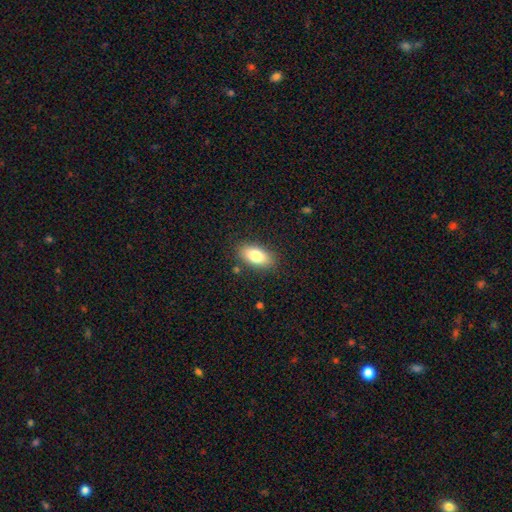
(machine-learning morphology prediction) smooth-or-featured: smooth: 81% | featured or disk: 12% | star or artifact: 7%
  how-rounded: in between: 90% | cigar-shaped: 6% | round: 4%
  merging: none: 84% | minor disturbance: 11% | major disturbance: 3% | merger: 2%